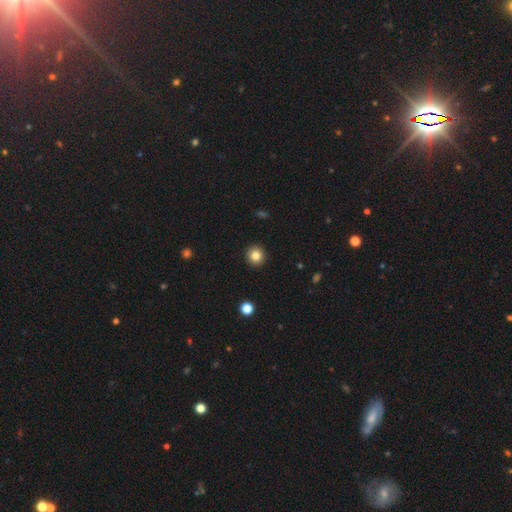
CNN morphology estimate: Overall: smooth (83%). How rounded: round (93%). Merging: none (93%).